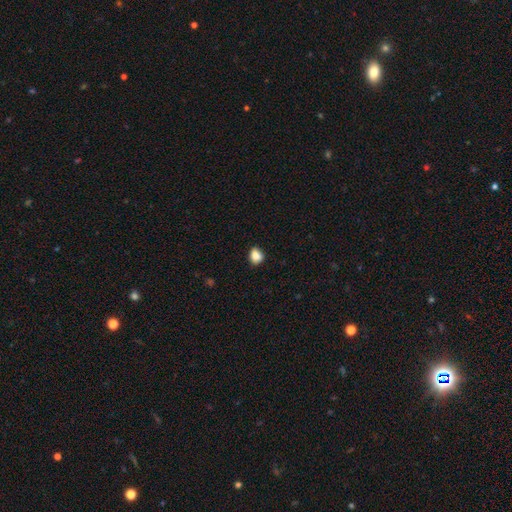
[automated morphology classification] This is clearly a smooth galaxy (85%). How rounded: possibly in between (50%). Merging: likely none (77%).